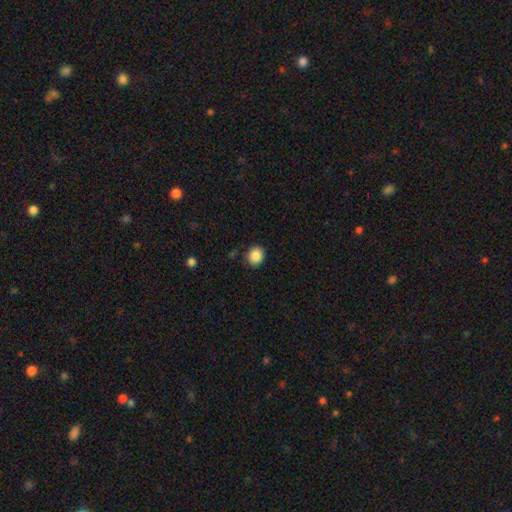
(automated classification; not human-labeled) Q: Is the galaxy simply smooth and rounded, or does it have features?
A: smooth — 87%.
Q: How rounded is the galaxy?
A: round — 74%.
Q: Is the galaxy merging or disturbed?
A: none — 87%.